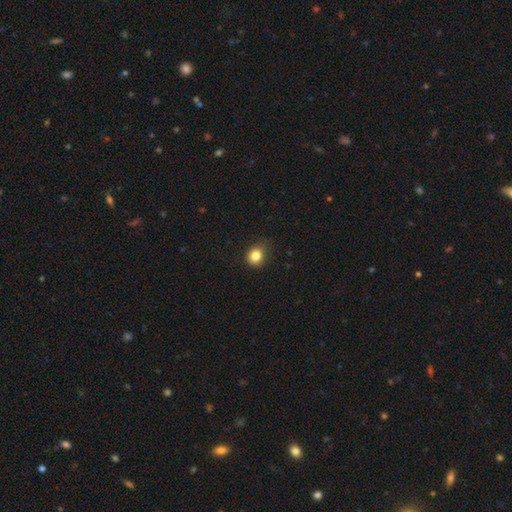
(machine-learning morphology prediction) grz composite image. It shows a smooth galaxy with no disk features (83%) that is round (73%). Merging: none (79%).